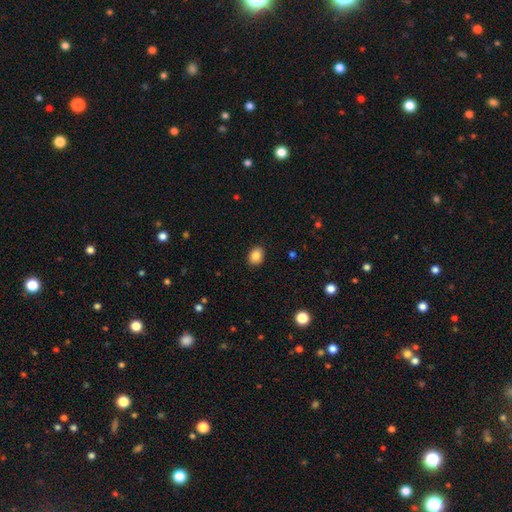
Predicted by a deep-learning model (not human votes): This is clearly a smooth galaxy (86%). How rounded: likely in between (61%). Merging: clearly none (89%).